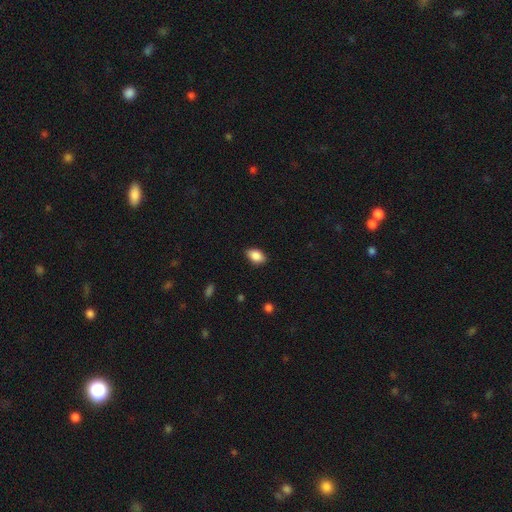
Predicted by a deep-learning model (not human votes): This appears to be a smooth galaxy with no disk features (87%) that is in between round and cigar-shaped (89%). Merging: none (84%).